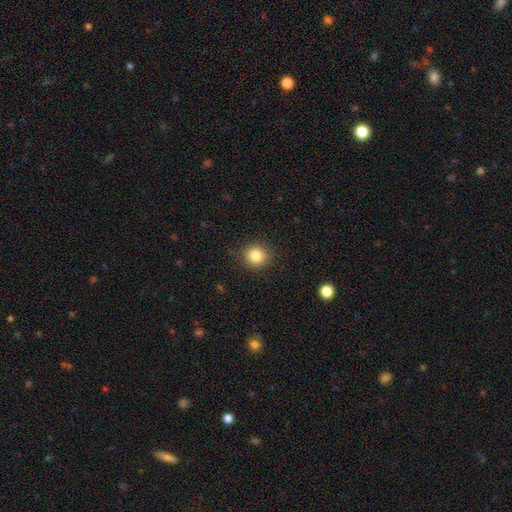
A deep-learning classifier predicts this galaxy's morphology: This appears to be a smooth galaxy with no disk features (83%) that is round (91%). Merging: none (88%).